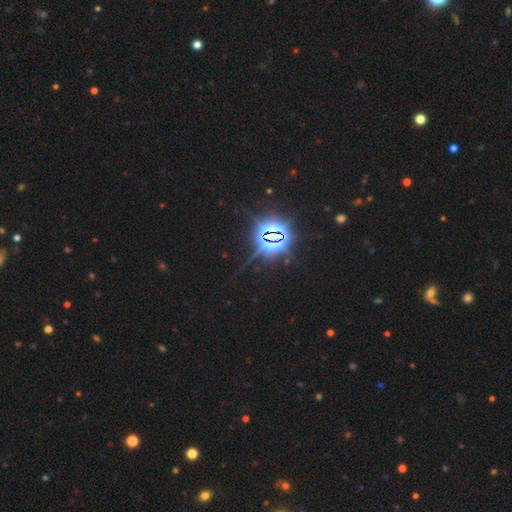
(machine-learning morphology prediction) smooth-or-featured: star or artifact: 84% | smooth: 10% | featured or disk: 6%